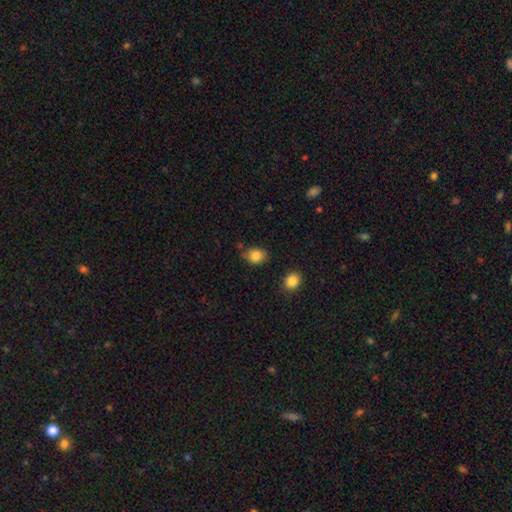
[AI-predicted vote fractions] Q: Smooth or featured?
A: smooth (84%); runner-up: star or artifact (10%)
Q: How rounded?
A: round (51%); runner-up: in between (48%)
Q: Merging?
A: none (67%); runner-up: minor disturbance (23%)